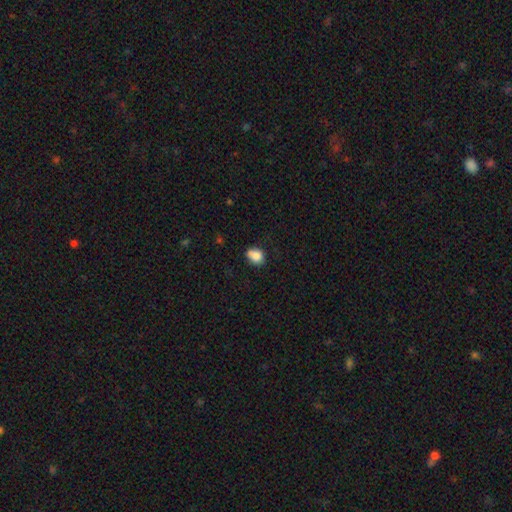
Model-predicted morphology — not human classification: A smooth galaxy with no disk features (83%) that is in between round and cigar-shaped (51%). Merging: none (57%).